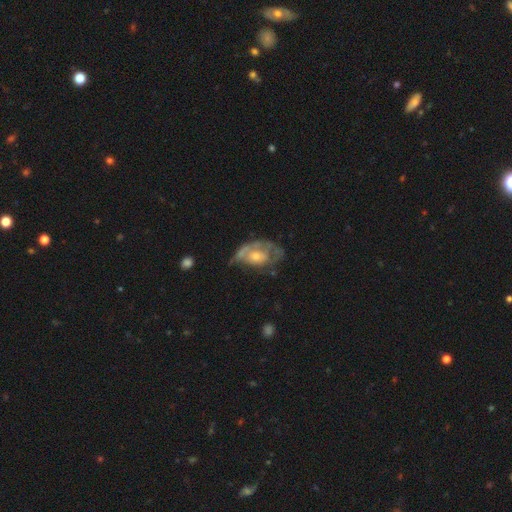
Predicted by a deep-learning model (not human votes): A featured or disk galaxy (62%) with no bar (83%), no spiral arms (53%) and a moderate central bulge (45%).

Vote fractions:
- Smooth or featured? featured or disk: 62% / smooth: 31% / star or artifact: 7%
- Edge-on disk? no: 95% / yes: 5%
- Bar? no: 83% / weak: 15% / strong: 3%
- Spiral arms? no: 53% / yes: 47%
- Bulge size? moderate: 45% / small: 43% / large: 6% / none: 5% / dominant: 1%
- Merging? none: 34% / major disturbance: 31% / minor disturbance: 30% / merger: 5%